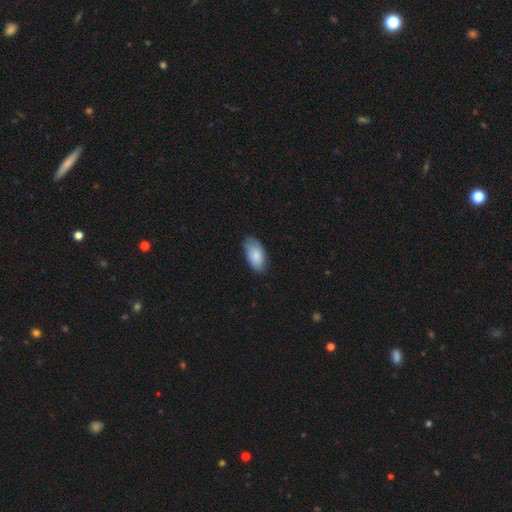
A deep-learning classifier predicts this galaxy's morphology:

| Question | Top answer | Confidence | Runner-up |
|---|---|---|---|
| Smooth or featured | smooth | 84% | featured or disk (10%) |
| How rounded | in between | 94% | cigar-shaped (4%) |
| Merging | none | 74% | minor disturbance (21%) |